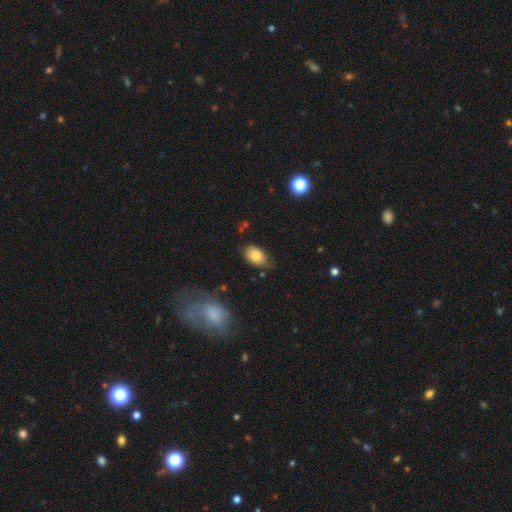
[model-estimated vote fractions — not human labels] smooth-or-featured: smooth: 82% | featured or disk: 10% | star or artifact: 8%
  how-rounded: in between: 86% | round: 13% | cigar-shaped: 1%
  merging: none: 68% | minor disturbance: 25% | major disturbance: 5% | merger: 3%